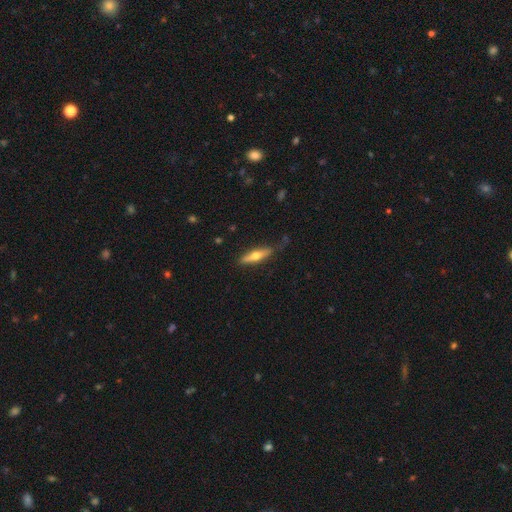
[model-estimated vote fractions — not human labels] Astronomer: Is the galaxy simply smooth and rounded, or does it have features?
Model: featured or disk — 53% (runner-up: smooth, 41%).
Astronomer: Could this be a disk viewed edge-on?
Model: yes — 92%.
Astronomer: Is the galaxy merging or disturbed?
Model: none — 78%.